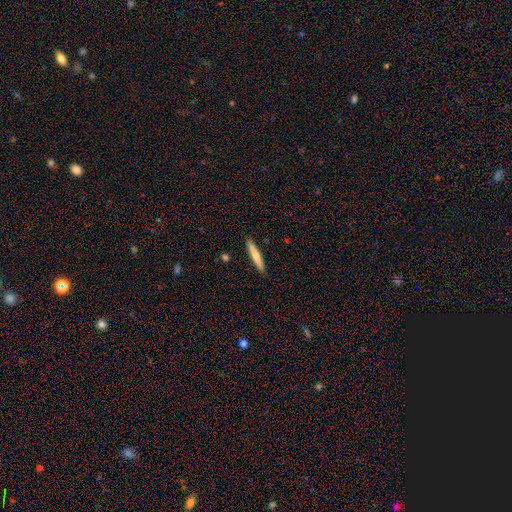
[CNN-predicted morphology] type=smooth (67%); roundness=cigar-shaped (93%); merging=none (91%).